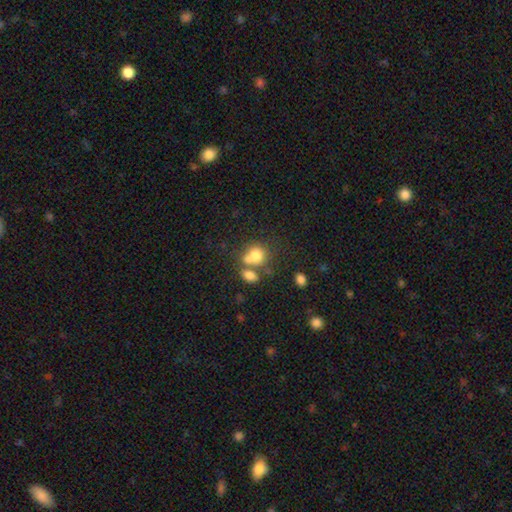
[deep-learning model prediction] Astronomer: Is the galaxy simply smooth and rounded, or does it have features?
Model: smooth — 76%.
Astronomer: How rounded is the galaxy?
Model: round — 65%.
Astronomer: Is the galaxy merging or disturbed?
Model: merger — 48% (runner-up: none, 37%).